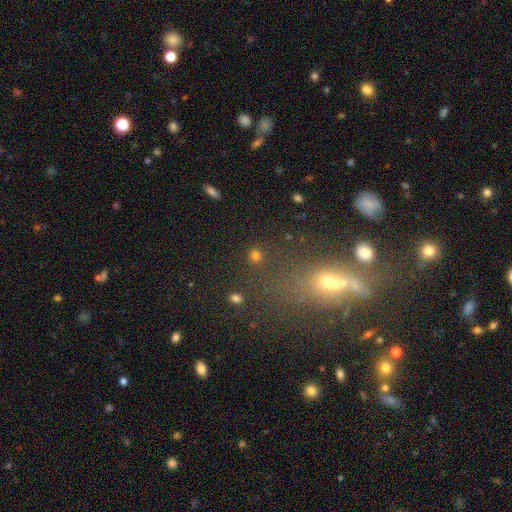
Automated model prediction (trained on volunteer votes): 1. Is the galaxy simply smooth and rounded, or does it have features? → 76% smooth, 19% star or artifact, 5% featured or disk.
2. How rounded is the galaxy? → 92% round, 7% in between, 1% cigar-shaped.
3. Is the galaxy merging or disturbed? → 87% none, 6% minor disturbance, 4% merger, 3% major disturbance.